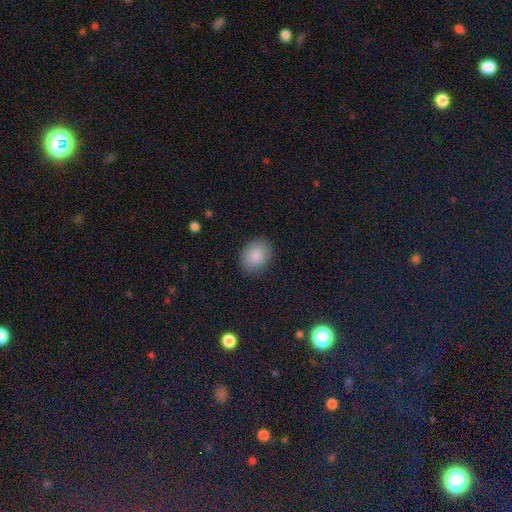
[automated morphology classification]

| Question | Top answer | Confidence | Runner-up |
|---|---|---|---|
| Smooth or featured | smooth | 87% | star or artifact (8%) |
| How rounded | in between | 60% | round (39%) |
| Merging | none | 88% | minor disturbance (9%) |